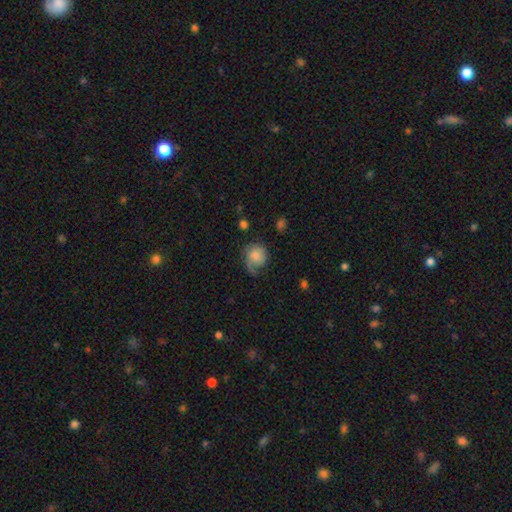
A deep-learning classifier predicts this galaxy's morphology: smooth 64%, featured or disk 28%, star or artifact 8%. Down the decision tree: how rounded — round (75%); merging — none (45%).